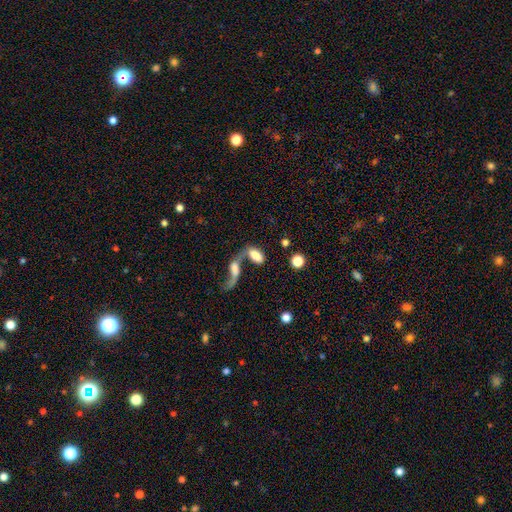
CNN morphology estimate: smooth-or-featured: smooth: 69% | featured or disk: 22% | star or artifact: 9%
  how-rounded: in between: 86% | cigar-shaped: 9% | round: 5%
  merging: merger: 60% | none: 22% | major disturbance: 10% | minor disturbance: 8%